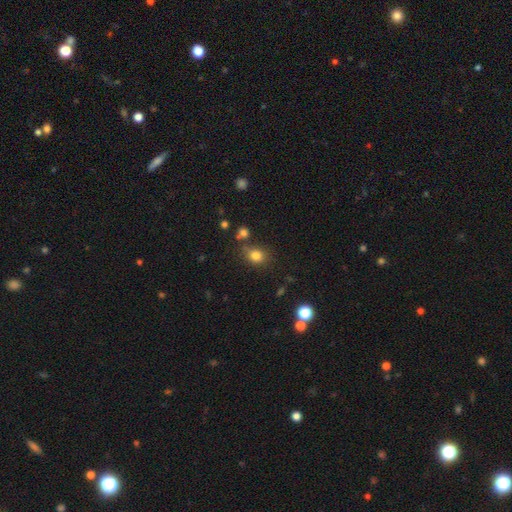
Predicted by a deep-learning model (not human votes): A smooth galaxy with no disk features (80%) that is round (64%).

Vote fractions:
- Smooth or featured? smooth: 80% / star or artifact: 13% / featured or disk: 6%
- How rounded? round: 64% / in between: 35% / cigar-shaped: 1%
- Merging? none: 72% / minor disturbance: 15% / merger: 8% / major disturbance: 5%